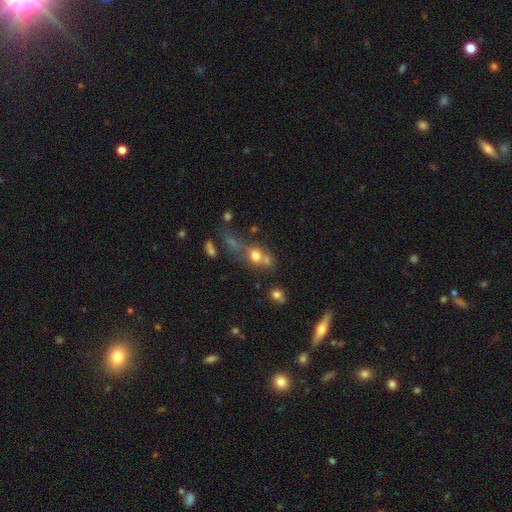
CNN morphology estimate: A smooth galaxy with no disk features (67%) that is round (62%).

Vote fractions:
- Smooth or featured? smooth: 67% / featured or disk: 17% / star or artifact: 16%
- How rounded? round: 62% / in between: 34% / cigar-shaped: 4%
- Merging? merger: 43% / none: 36% / minor disturbance: 12% / major disturbance: 9%